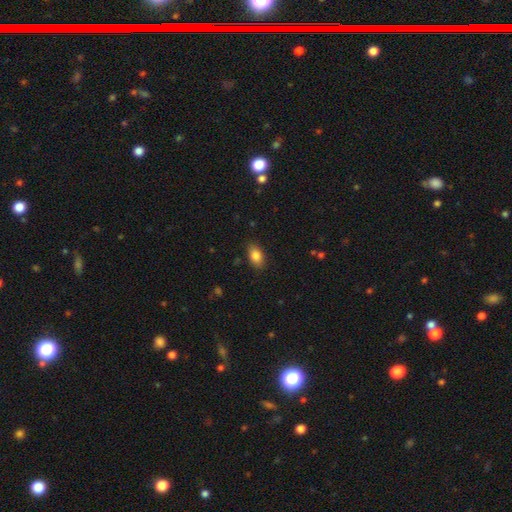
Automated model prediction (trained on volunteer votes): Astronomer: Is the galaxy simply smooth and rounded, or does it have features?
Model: smooth — 84%.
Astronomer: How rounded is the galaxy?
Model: in between — 88%.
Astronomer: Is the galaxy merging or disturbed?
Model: none — 86%.